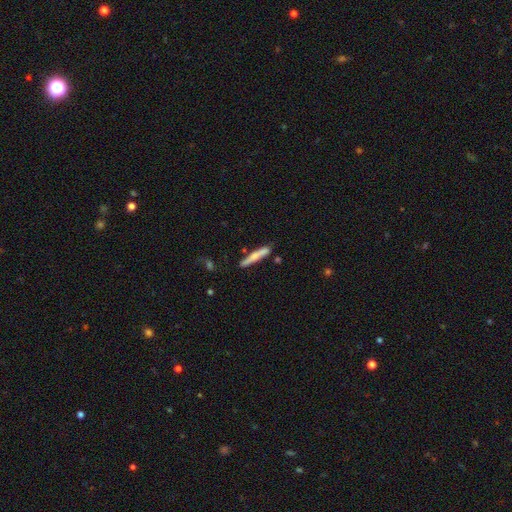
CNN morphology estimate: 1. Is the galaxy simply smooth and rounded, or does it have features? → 64% smooth, 30% featured or disk, 6% star or artifact.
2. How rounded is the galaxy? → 94% cigar-shaped, 5% in between, 1% round.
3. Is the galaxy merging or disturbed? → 79% none, 14% minor disturbance, 4% merger, 3% major disturbance.